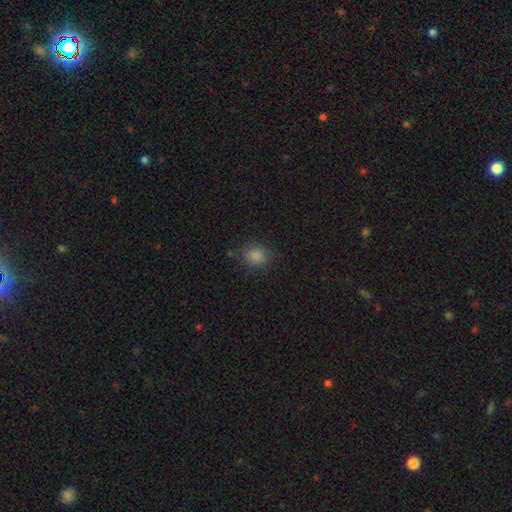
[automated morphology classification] Smooth or featured? smooth (85%)
How rounded? round (69%)
Merging? none (82%)